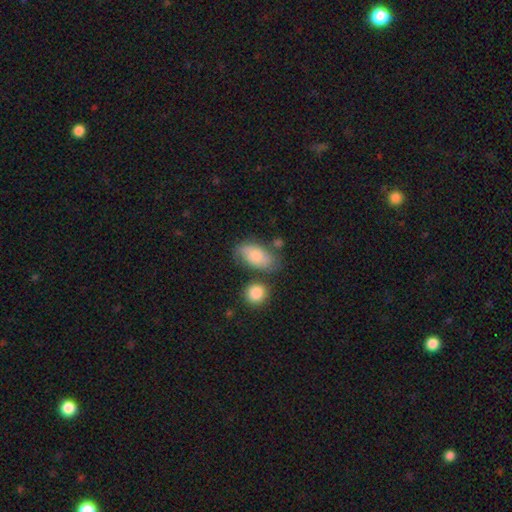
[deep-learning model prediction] Smooth or featured? Predicted: smooth (p=0.75). How rounded? Predicted: in between (p=0.91). Merging? Predicted: none (p=0.55).